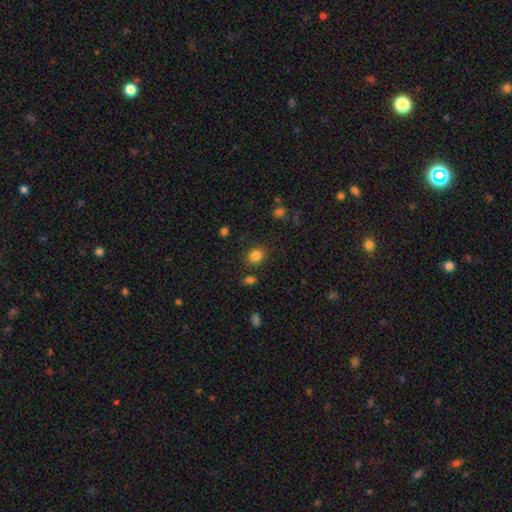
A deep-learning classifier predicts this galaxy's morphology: Smooth or featured?
  - smooth: 83% *
  - star or artifact: 12%
  - featured or disk: 5%
How rounded?
  - round: 69% *
  - in between: 30%
  - cigar-shaped: 1%
Merging?
  - none: 82% *
  - minor disturbance: 10%
  - merger: 4%
  - major disturbance: 4%